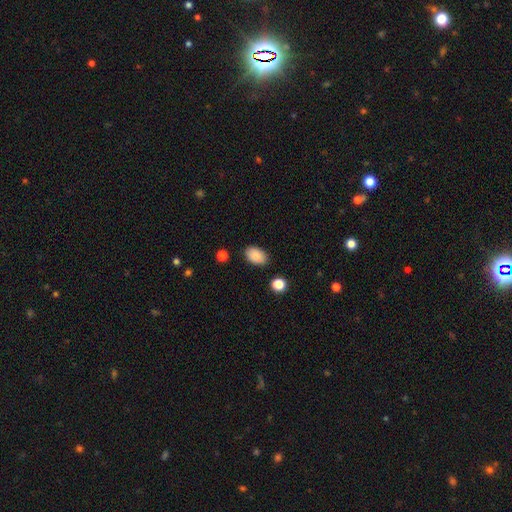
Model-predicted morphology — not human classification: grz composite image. It shows a smooth galaxy with no disk features (88%) that is in between round and cigar-shaped (90%). Merging: none (84%).